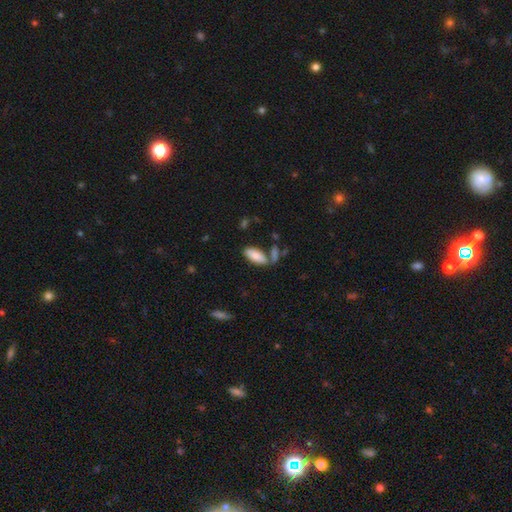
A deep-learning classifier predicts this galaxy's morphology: The model was most divided on "merging": none: 67%, merger: 15%, minor disturbance: 14%, major disturbance: 4%. More confident: how rounded — in between (87%); smooth or featured — smooth (83%).